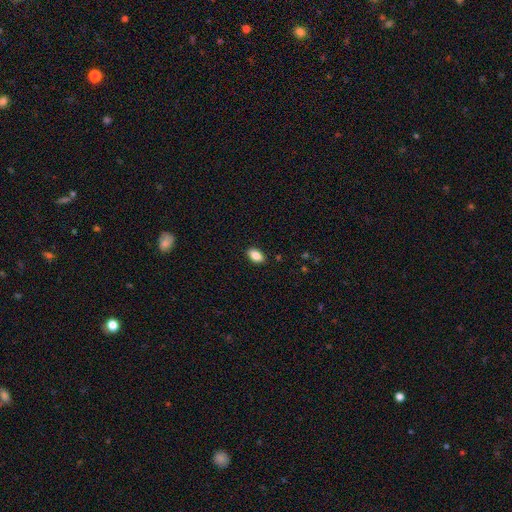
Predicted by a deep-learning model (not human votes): Smooth or featured? Predicted: smooth (p=0.86). How rounded? Predicted: in between (p=0.89). Merging? Predicted: none (p=0.88).